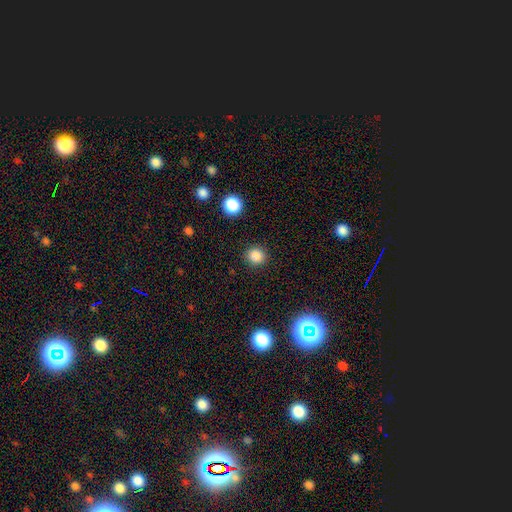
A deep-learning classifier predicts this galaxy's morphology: smooth_or_featured: smooth (p=0.85) [alt: star or artifact p=0.12]
how_rounded: round (p=0.91) [alt: in between p=0.08]
merging: none (p=0.90) [alt: minor disturbance p=0.06]